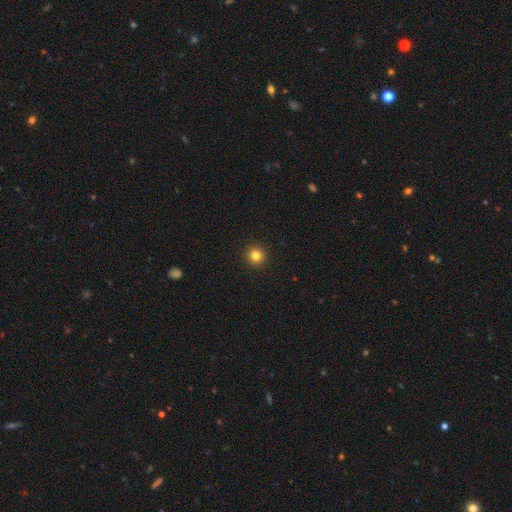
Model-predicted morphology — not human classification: A smooth galaxy with no disk features (82%) that is round (96%).

Vote fractions:
- Smooth or featured? smooth: 82% / star or artifact: 13% / featured or disk: 5%
- How rounded? round: 96% / in between: 3% / cigar-shaped: 1%
- Merging? none: 94% / minor disturbance: 4% / major disturbance: 1% / merger: 1%